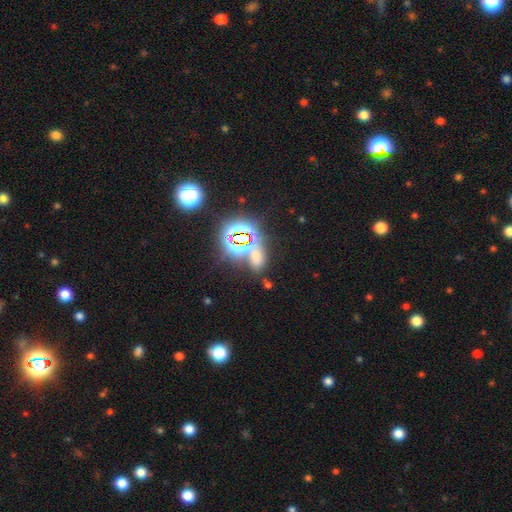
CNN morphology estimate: star or artifact 55%, smooth 36%, featured or disk 9%.